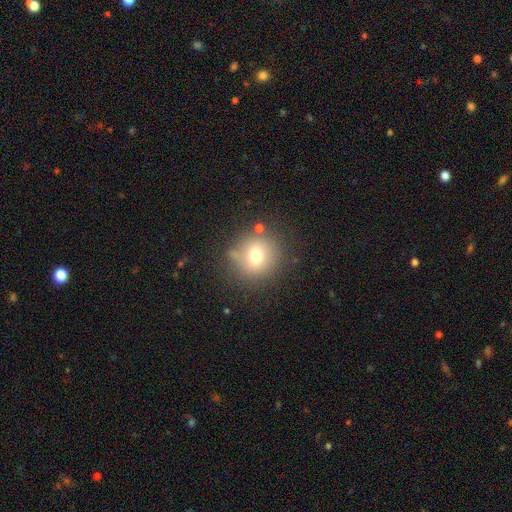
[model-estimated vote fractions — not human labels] Smooth or featured?
  - smooth: 71% *
  - featured or disk: 15%
  - star or artifact: 14%
How rounded?
  - round: 90% *
  - in between: 9%
  - cigar-shaped: 1%
Merging?
  - none: 76% *
  - minor disturbance: 14%
  - merger: 5%
  - major disturbance: 5%